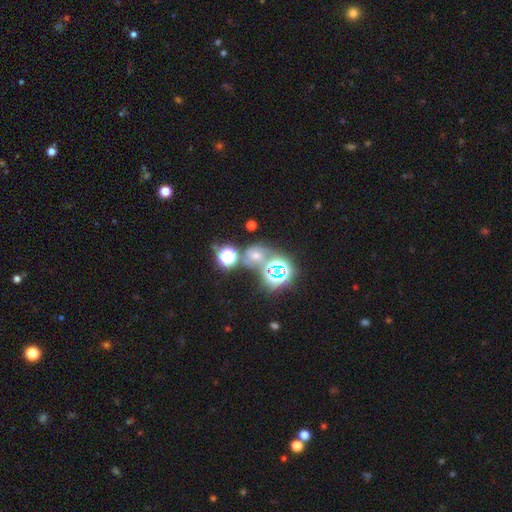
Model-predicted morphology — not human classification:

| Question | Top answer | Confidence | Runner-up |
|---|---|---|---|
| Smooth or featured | star or artifact | 57% | smooth (28%) |